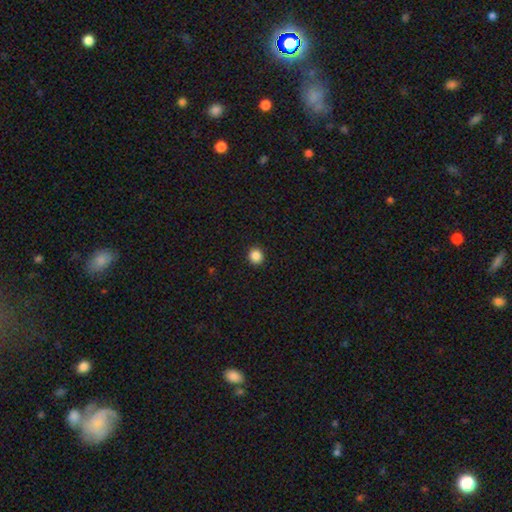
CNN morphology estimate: type=smooth (86%); roundness=round (90%); merging=none (93%).